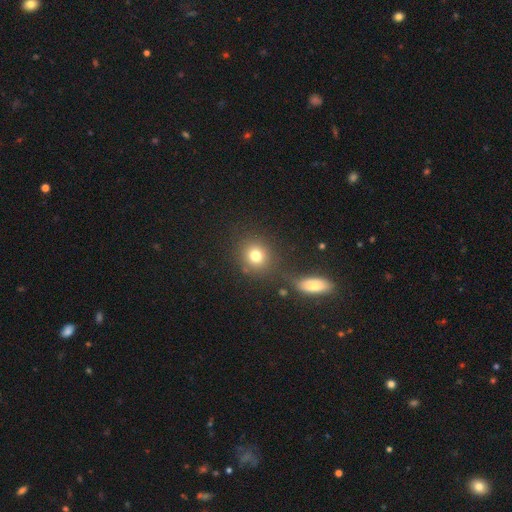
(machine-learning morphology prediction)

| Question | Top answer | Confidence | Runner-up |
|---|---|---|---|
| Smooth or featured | smooth | 78% | star or artifact (13%) |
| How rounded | round | 81% | in between (18%) |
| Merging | none | 74% | merger (12%) |